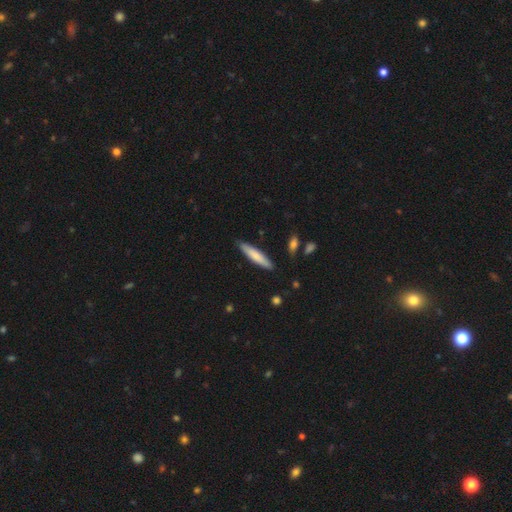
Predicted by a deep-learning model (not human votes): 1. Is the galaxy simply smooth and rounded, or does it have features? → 75% smooth, 20% featured or disk, 5% star or artifact.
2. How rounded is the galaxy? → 87% cigar-shaped, 12% in between, 1% round.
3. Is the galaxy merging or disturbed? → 87% none, 9% minor disturbance, 2% major disturbance, 2% merger.